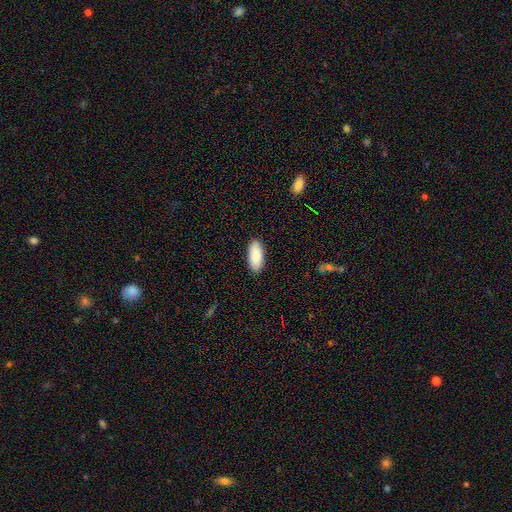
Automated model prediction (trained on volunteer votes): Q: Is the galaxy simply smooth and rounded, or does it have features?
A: smooth — 89%.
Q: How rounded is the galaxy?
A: in between — 87%.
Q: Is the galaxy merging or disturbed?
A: none — 90%.